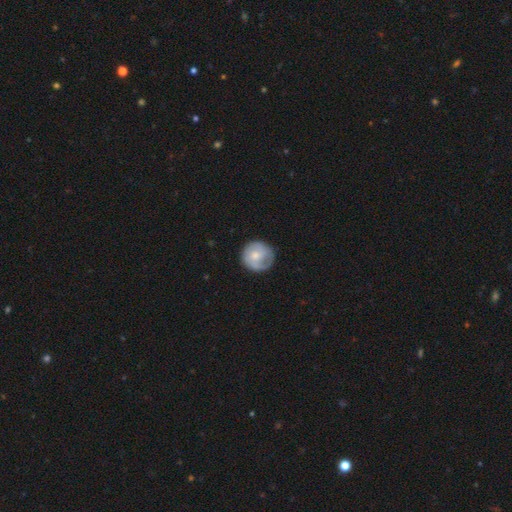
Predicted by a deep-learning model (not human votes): The model was most divided on "smooth or featured": smooth: 54%, featured or disk: 40%, star or artifact: 6%. More confident: how rounded — round (90%); merging — none (73%).